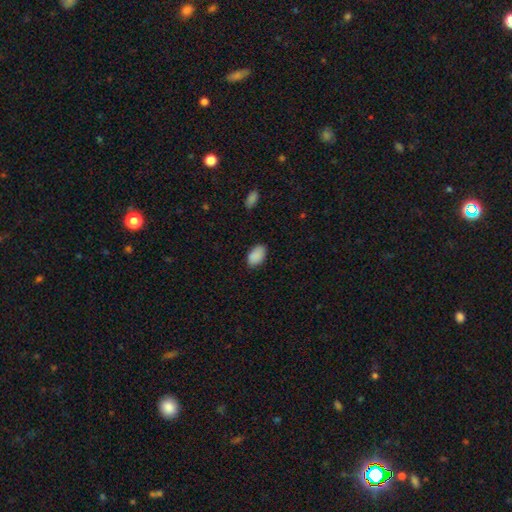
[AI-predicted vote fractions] smooth_or_featured: smooth (p=0.89) [alt: star or artifact p=0.07]
how_rounded: in between (p=0.91) [alt: round p=0.07]
merging: none (p=0.81) [alt: minor disturbance p=0.15]